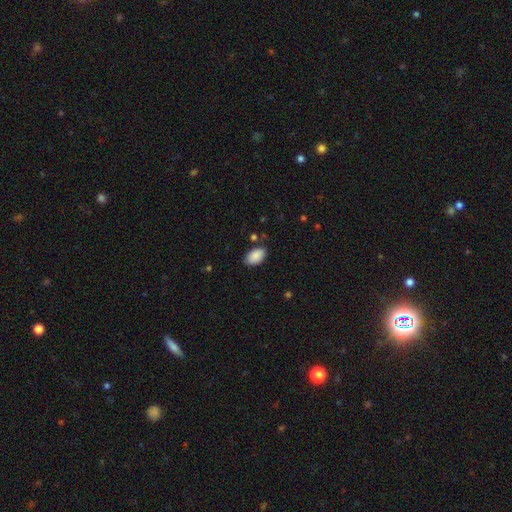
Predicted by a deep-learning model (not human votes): Q: Smooth or featured?
A: smooth (89%); runner-up: star or artifact (7%)
Q: How rounded?
A: in between (95%); runner-up: round (4%)
Q: Merging?
A: none (83%); runner-up: minor disturbance (12%)